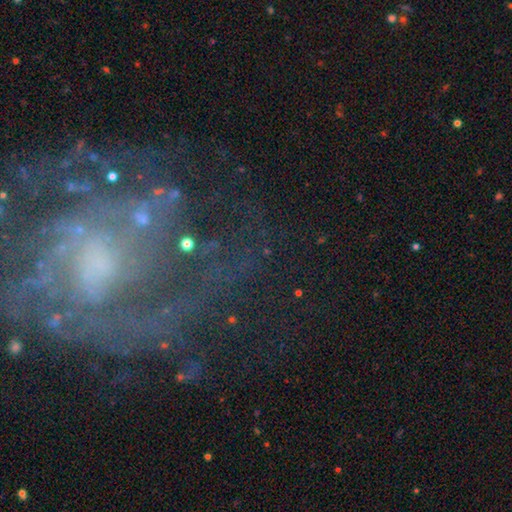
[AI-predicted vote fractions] This is likely a featured or disk galaxy (72%). It is clearly not viewed edge-on (97%). Bar: possibly no (59%). Spiral arm pattern: clearly yes (83%). Spiral arm count: marginally can't tell (31%). Spiral winding: possibly tight (47%). Central bulge: possibly small (49%). Merging: likely none (61%).